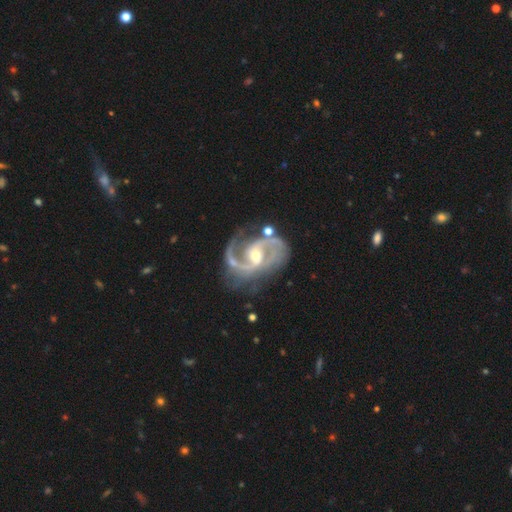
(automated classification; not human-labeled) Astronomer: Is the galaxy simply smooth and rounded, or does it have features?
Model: featured or disk — 93%.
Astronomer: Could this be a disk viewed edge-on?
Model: no — 98%.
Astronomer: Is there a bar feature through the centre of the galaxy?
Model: weak — 43% (runner-up: no, 32%).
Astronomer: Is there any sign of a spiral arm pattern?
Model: yes — 98%.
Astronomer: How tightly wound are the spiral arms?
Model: medium — 61%.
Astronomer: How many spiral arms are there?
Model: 2 — 88%.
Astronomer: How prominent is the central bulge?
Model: moderate — 50% (runner-up: small, 46%).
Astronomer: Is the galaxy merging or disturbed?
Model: none — 61%.